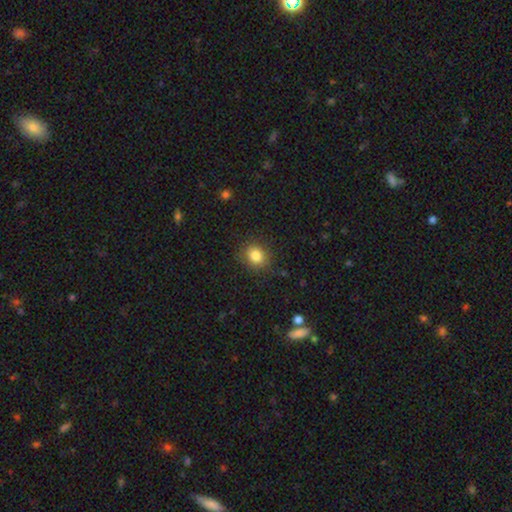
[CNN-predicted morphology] type=smooth (83%); roundness=round (73%); merging=none (86%).